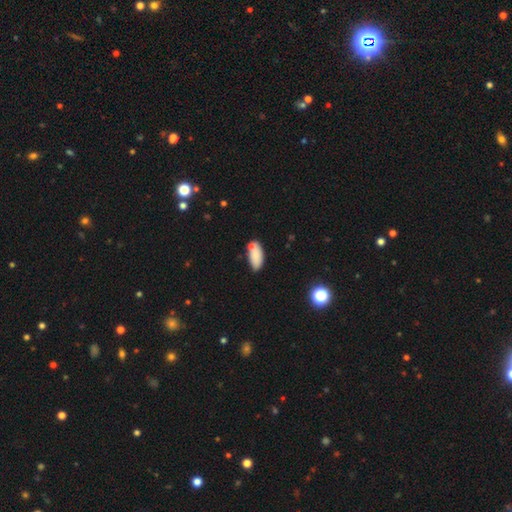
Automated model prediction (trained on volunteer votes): A smooth galaxy with no disk features (83%) that is in between round and cigar-shaped (85%). Merging: none (60%).